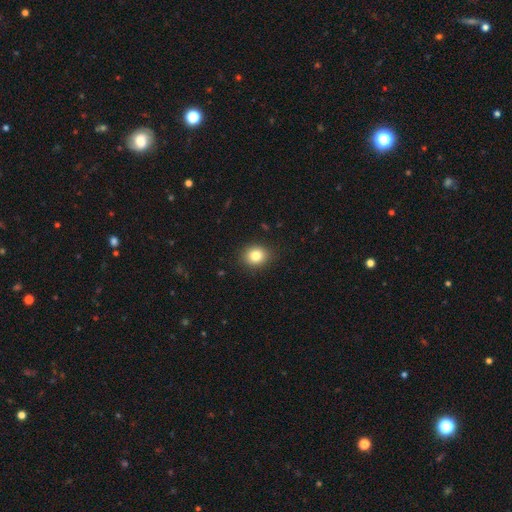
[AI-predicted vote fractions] A smooth galaxy with no disk features (82%) that is round (69%). Merging: none (89%).